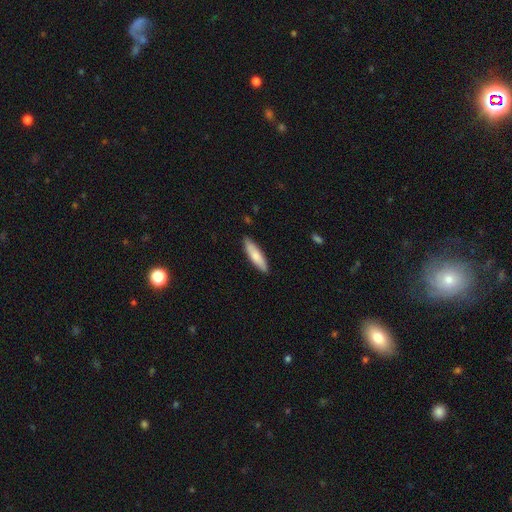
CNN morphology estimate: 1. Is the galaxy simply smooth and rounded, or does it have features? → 78% smooth, 17% featured or disk, 5% star or artifact.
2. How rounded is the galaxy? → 68% cigar-shaped, 31% in between, 1% round.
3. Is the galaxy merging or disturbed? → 88% none, 10% minor disturbance, 2% major disturbance, 1% merger.